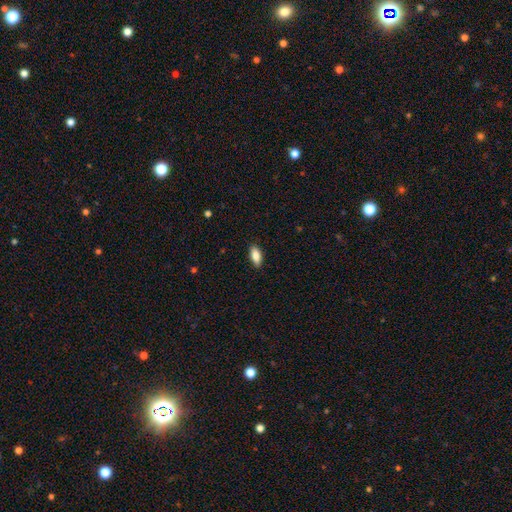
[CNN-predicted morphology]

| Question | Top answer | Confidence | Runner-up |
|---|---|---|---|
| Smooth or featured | smooth | 86% | featured or disk (8%) |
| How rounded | in between | 84% | cigar-shaped (14%) |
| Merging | none | 88% | minor disturbance (9%) |